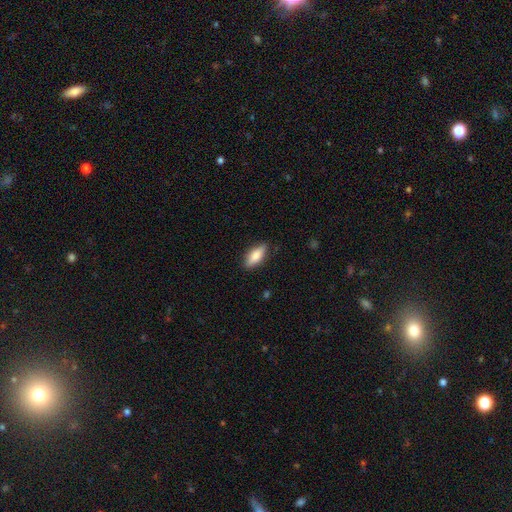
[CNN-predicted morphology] type=smooth (74%); roundness=in between (69%); merging=none (84%).